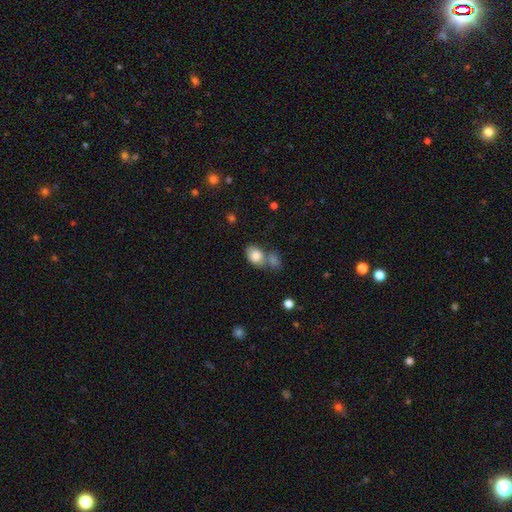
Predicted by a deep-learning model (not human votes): This appears to be a smooth galaxy with no disk features (81%) that is in between round and cigar-shaped (78%). Merging: none (40%, tied with merger).